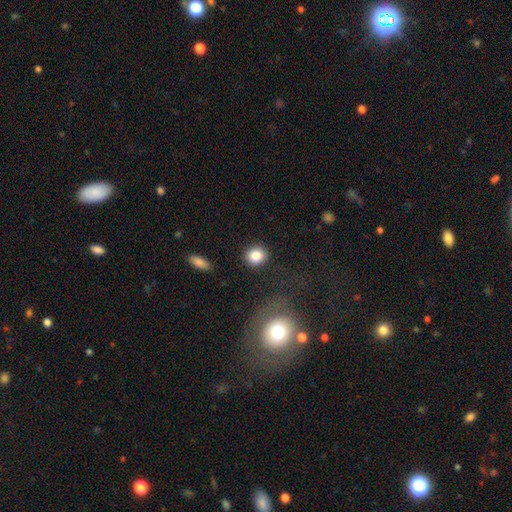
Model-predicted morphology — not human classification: smooth 86%, star or artifact 9%, featured or disk 5%. Down the decision tree: how rounded — round (80%); merging — none (87%).